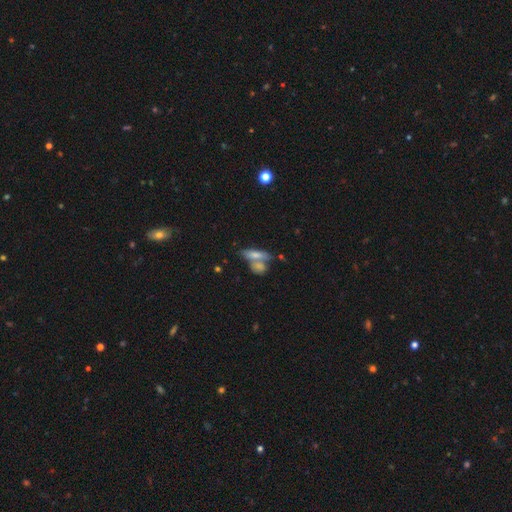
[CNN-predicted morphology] Smooth or featured?
  - smooth: 66% *
  - featured or disk: 24%
  - star or artifact: 10%
How rounded?
  - in between: 57% *
  - cigar-shaped: 38%
  - round: 6%
Merging?
  - merger: 48% *
  - none: 38%
  - minor disturbance: 10%
  - major disturbance: 5%